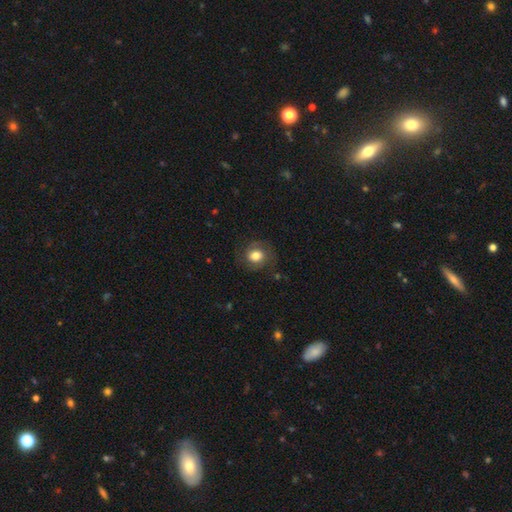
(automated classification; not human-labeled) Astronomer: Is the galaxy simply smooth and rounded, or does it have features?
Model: smooth — 62%.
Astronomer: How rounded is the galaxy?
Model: round — 76%.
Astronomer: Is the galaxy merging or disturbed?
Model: none — 75%.